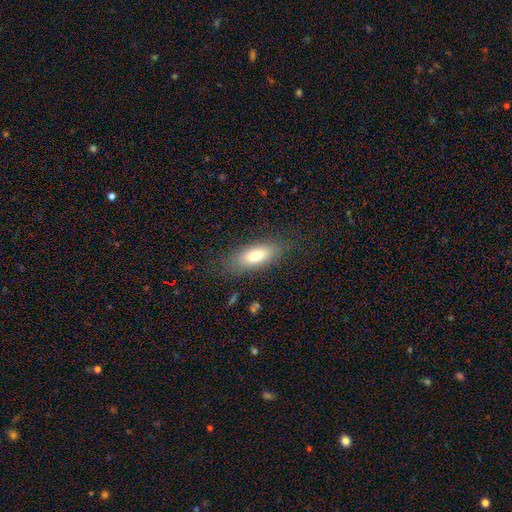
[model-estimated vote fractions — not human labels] Morphology: type=smooth (74%); roundness=in between (76%); merging=none (79%).